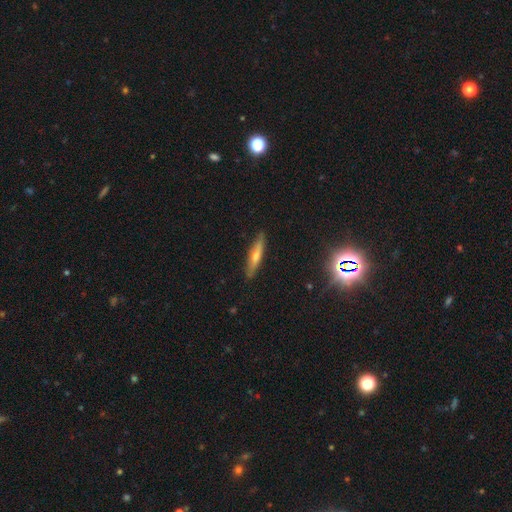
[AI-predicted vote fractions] Smooth or featured?
  - smooth: 44% * (tied)
  - featured or disk: 44% * (tied)
  - star or artifact: 12%
Merging?
  - none: 87% *
  - minor disturbance: 10%
  - major disturbance: 2%
  - merger: 1%